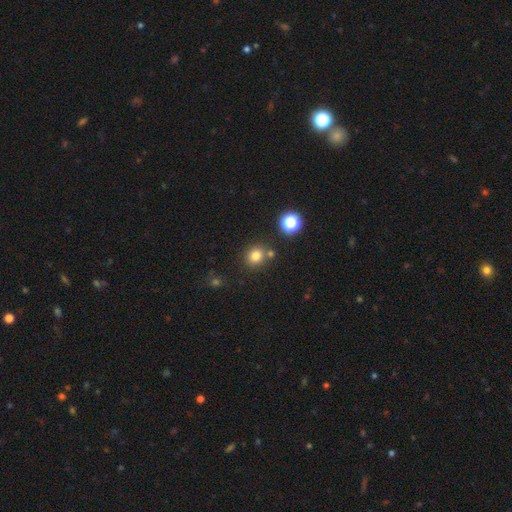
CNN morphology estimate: A smooth galaxy with no disk features (78%) that is round (84%).

Vote fractions:
- Smooth or featured? smooth: 78% / star or artifact: 15% / featured or disk: 7%
- How rounded? round: 84% / in between: 15% / cigar-shaped: 1%
- Merging? none: 75% / merger: 12% / minor disturbance: 9% / major disturbance: 3%